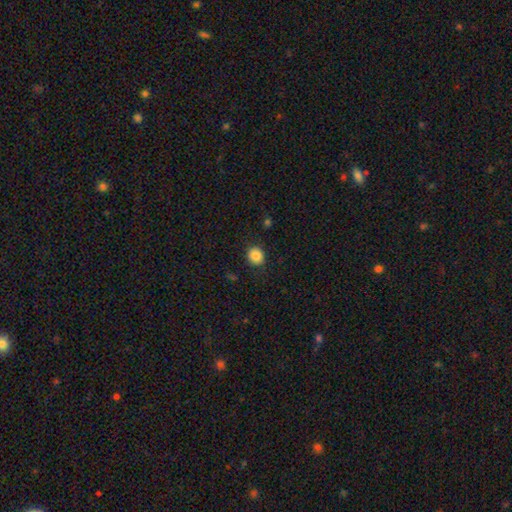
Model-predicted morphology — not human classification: Smooth or featured: smooth — 86% (star or artifact — 9%)
How rounded: round — 79% (in between — 20%)
Merging: none — 88% (minor disturbance — 9%)